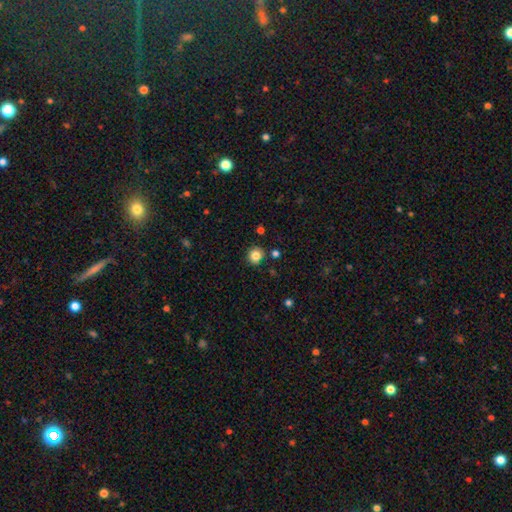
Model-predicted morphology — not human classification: Smooth or featured?
  - smooth: 83% *
  - star or artifact: 12%
  - featured or disk: 6%
How rounded?
  - round: 89% *
  - in between: 10%
  - cigar-shaped: 1%
Merging?
  - none: 86% *
  - minor disturbance: 8%
  - merger: 3%
  - major disturbance: 2%